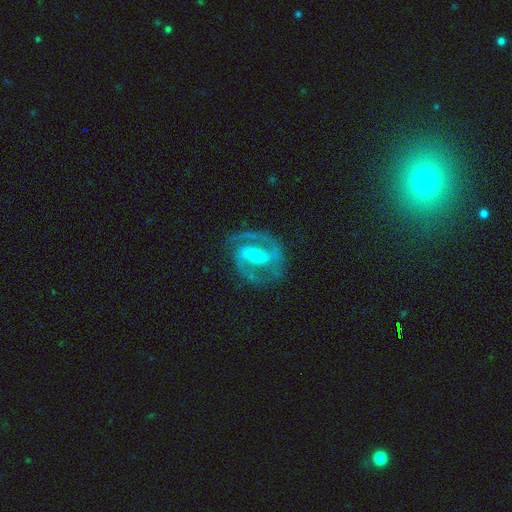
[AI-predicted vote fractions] Morphology: type=featured or disk (90%); edge-on=no (97%); bar=strong (42%); spiral arms=yes (96%); winding=medium (54%); arm count=2 (90%); bulge=small (55%); merging=none (79%).